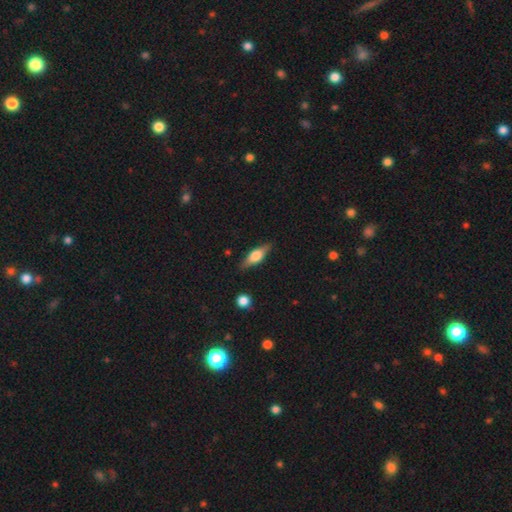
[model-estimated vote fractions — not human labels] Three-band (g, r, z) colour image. It shows a featured or disk galaxy (51%) viewed edge-on (93%). Merging: none (84%).